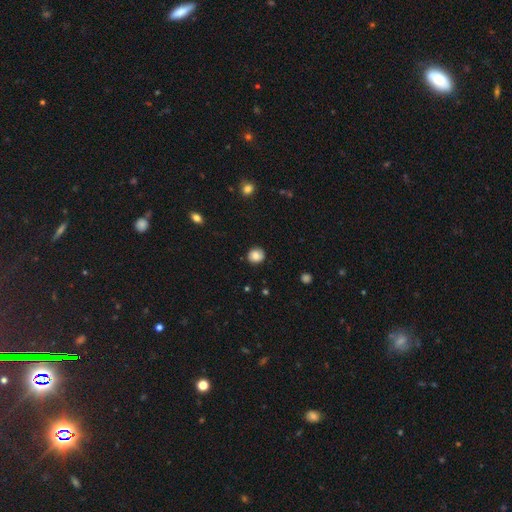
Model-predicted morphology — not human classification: smooth-or-featured: smooth: 81% | star or artifact: 10% | featured or disk: 9%
  how-rounded: round: 84% | in between: 15% | cigar-shaped: 1%
  merging: none: 85% | minor disturbance: 11% | major disturbance: 3% | merger: 1%